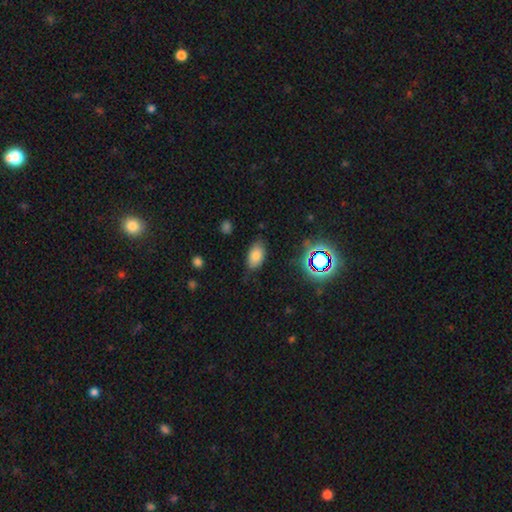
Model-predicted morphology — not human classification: Smooth or featured: smooth — 78% (star or artifact — 13%)
How rounded: in between — 92% (round — 5%)
Merging: none — 78% (minor disturbance — 16%)